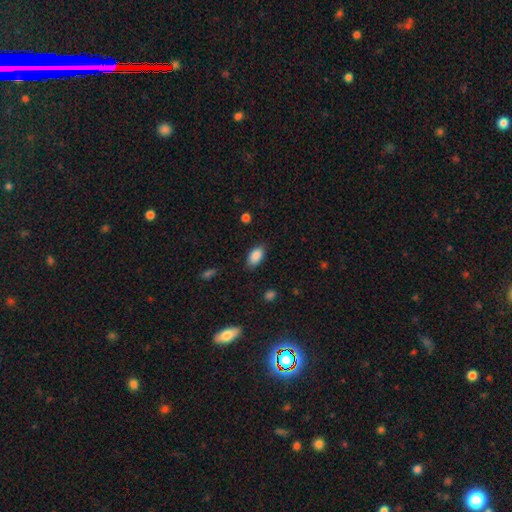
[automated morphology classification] smooth-or-featured: smooth: 89% | star or artifact: 7% | featured or disk: 4%
  how-rounded: in between: 93% | round: 4% | cigar-shaped: 3%
  merging: none: 83% | minor disturbance: 13% | major disturbance: 3% | merger: 1%